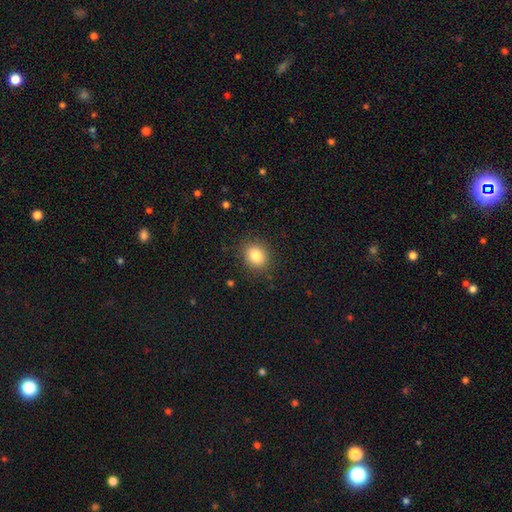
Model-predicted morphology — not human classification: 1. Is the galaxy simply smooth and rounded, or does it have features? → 84% smooth, 10% star or artifact, 7% featured or disk.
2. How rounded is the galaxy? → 56% round, 43% in between, 1% cigar-shaped.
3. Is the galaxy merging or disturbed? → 87% none, 9% minor disturbance, 3% major disturbance, 1% merger.